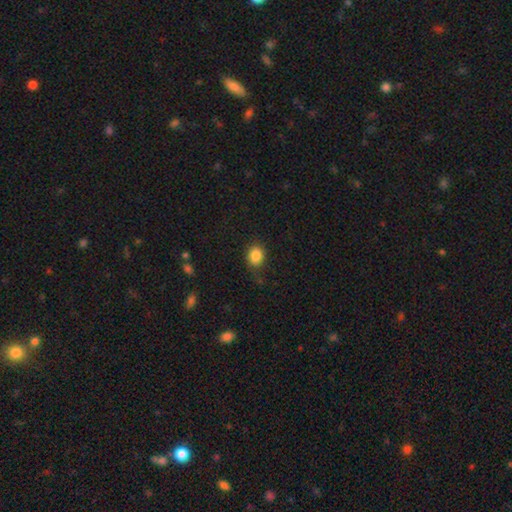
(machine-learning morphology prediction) Smooth or featured? Predicted: smooth (p=0.85). How rounded? Predicted: round (p=0.57). Merging? Predicted: none (p=0.80).